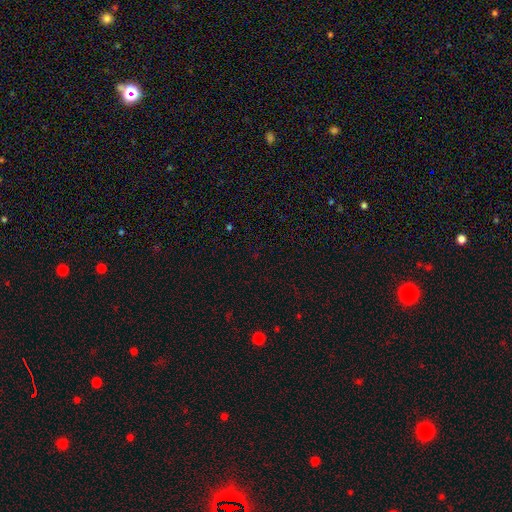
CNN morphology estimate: type=star or artifact (69%).